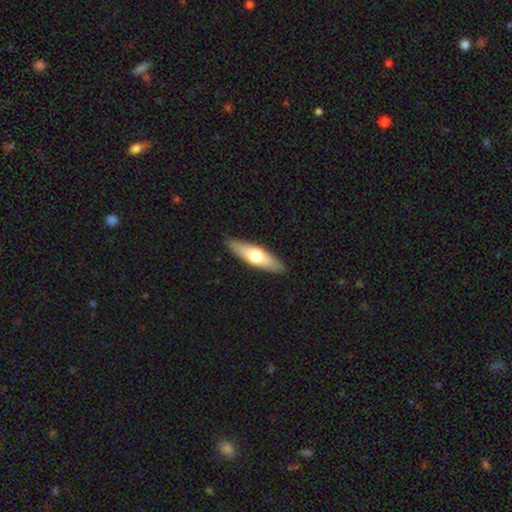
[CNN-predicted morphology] Smooth or featured: smooth — 55% (featured or disk — 40%)
How rounded: cigar-shaped — 60% (in between — 38%)
Merging: none — 89% (minor disturbance — 8%)